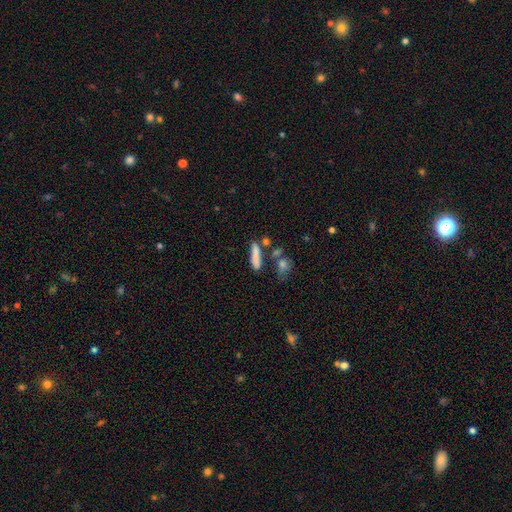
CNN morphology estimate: This appears to be a smooth galaxy with no disk features (77%) that is cigar-shaped (71%). Merging: none (58%).